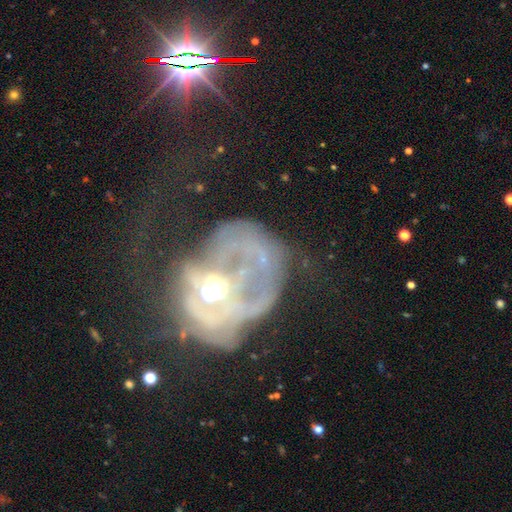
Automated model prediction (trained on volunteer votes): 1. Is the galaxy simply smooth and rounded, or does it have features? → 66% featured or disk, 17% star or artifact, 17% smooth.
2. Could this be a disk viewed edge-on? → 96% no, 4% yes.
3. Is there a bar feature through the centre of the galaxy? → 72% no, 19% weak, 9% strong.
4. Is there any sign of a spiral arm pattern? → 63% no, 37% yes.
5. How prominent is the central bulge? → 67% moderate, 16% small, 11% large, 3% none, 2% dominant.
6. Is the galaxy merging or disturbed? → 63% major disturbance, 17% none, 13% minor disturbance, 8% merger.